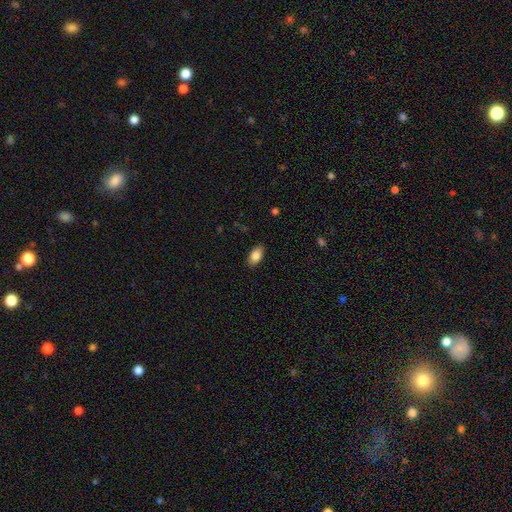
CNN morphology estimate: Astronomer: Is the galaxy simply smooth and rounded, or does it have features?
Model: smooth — 84%.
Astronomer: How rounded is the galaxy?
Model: in between — 92%.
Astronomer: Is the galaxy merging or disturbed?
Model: none — 87%.